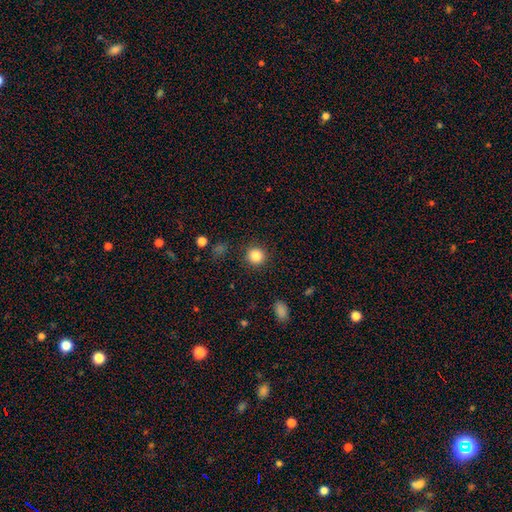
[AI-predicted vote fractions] smooth-or-featured: smooth: 85% | star or artifact: 11% | featured or disk: 5%
  how-rounded: round: 93% | in between: 6% | cigar-shaped: 1%
  merging: none: 90% | minor disturbance: 6% | major disturbance: 3% | merger: 1%